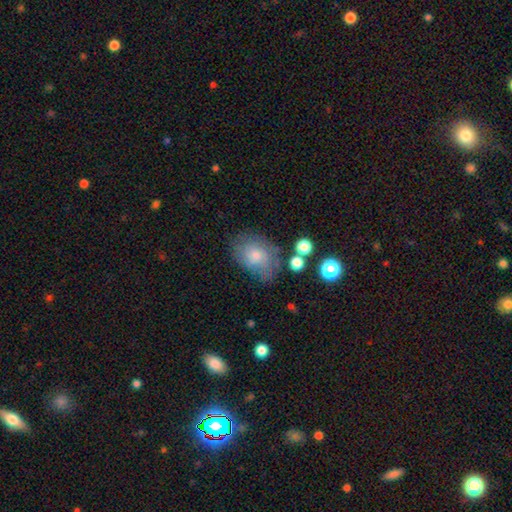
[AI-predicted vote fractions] smooth 63%, featured or disk 26%, star or artifact 11%. Down the decision tree: how rounded — in between (71%); merging — none (59%).